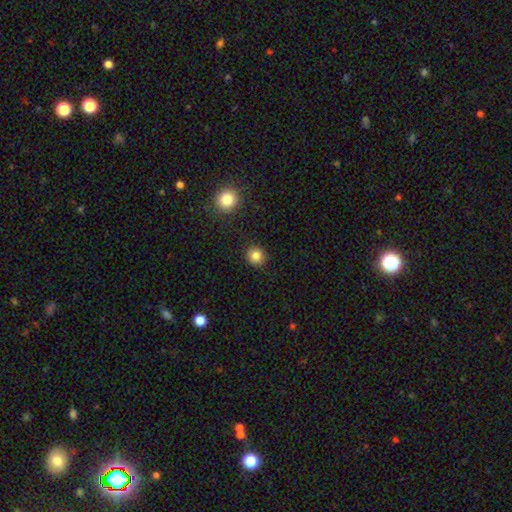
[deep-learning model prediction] Smooth or featured: smooth — 85% (star or artifact — 11%)
How rounded: round — 91% (in between — 8%)
Merging: none — 91% (minor disturbance — 6%)